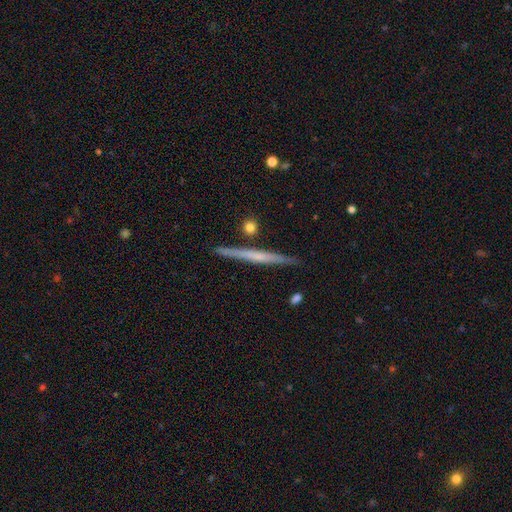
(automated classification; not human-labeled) Q: Smooth or featured?
A: featured or disk (58%); runner-up: smooth (36%)
Q: Edge-on disk?
A: yes (98%); runner-up: no (2%)
Q: Edge-on bulge?
A: none (74%); runner-up: rounded (19%)
Q: Merging?
A: none (88%); runner-up: minor disturbance (7%)